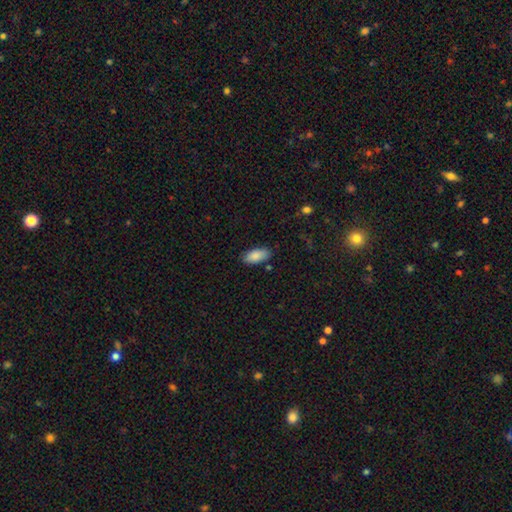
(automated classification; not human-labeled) smooth-or-featured: smooth: 87% | star or artifact: 7% | featured or disk: 6%
  how-rounded: in between: 90% | cigar-shaped: 8% | round: 2%
  merging: none: 83% | minor disturbance: 12% | major disturbance: 3% | merger: 2%